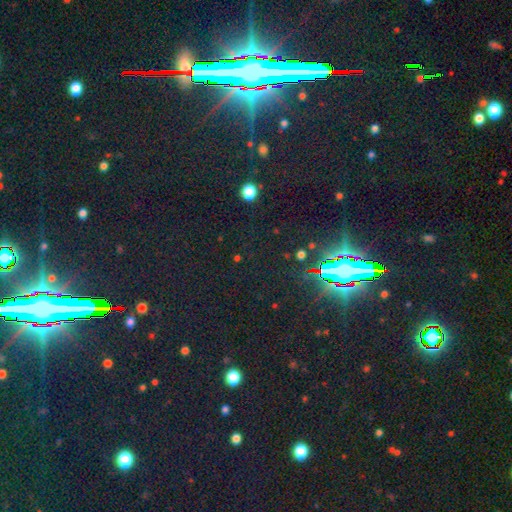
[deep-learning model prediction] Morphology: type=star or artifact (81%).